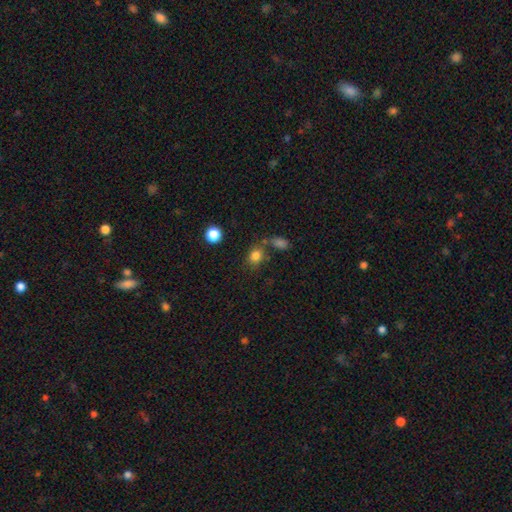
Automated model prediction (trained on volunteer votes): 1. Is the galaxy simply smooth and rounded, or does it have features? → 80% smooth, 13% star or artifact, 7% featured or disk.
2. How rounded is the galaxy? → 61% round, 38% in between, 1% cigar-shaped.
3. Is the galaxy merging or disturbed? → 62% none, 17% merger, 14% minor disturbance, 7% major disturbance.